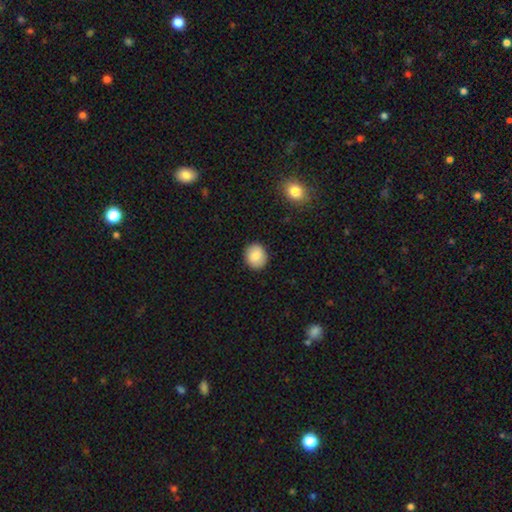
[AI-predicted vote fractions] smooth 85%, star or artifact 8%, featured or disk 7%. Down the decision tree: how rounded — round (74%); merging — none (89%).